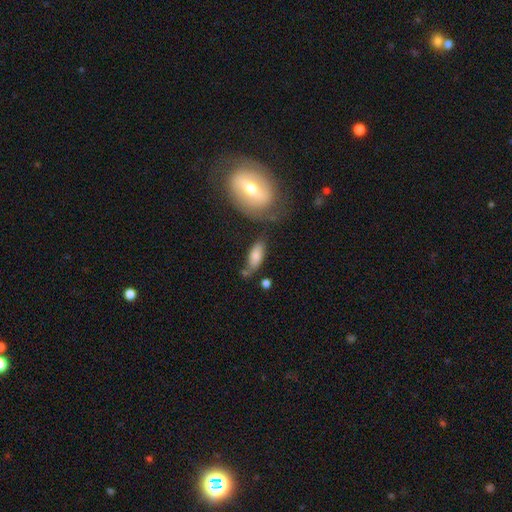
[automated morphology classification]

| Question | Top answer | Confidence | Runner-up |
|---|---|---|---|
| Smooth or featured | smooth | 74% | featured or disk (18%) |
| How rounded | in between | 79% | cigar-shaped (18%) |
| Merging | none | 56% | minor disturbance (23%) |